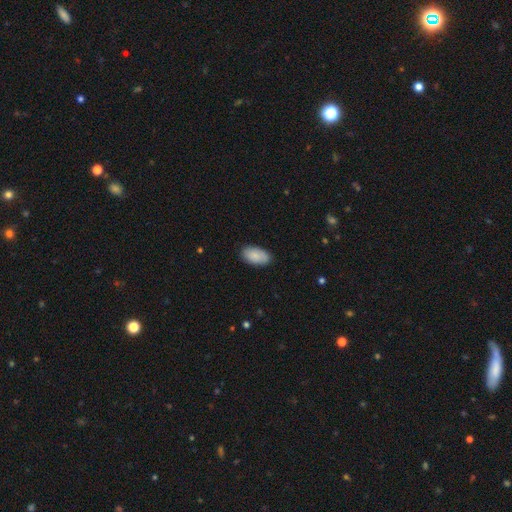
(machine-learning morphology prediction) type=smooth (87%); roundness=in between (95%); merging=none (85%).